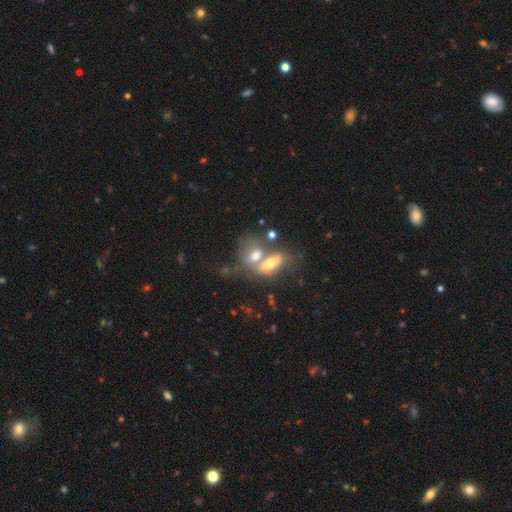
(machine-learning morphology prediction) The model was most divided on "smooth or featured": smooth: 56%, featured or disk: 34%, star or artifact: 10%. More confident: how rounded — in between (74%); merging — merger (68%).